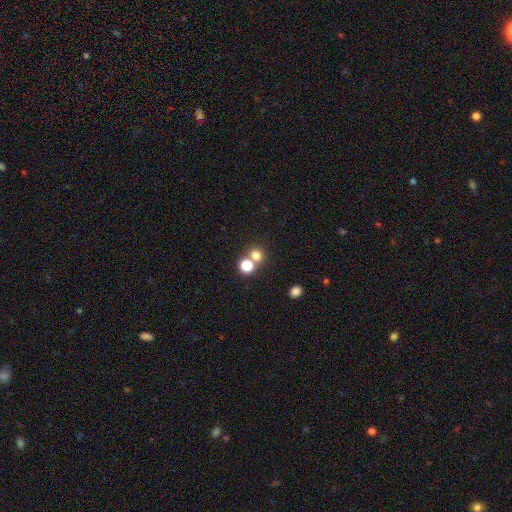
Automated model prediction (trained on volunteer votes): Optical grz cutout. It shows a smooth galaxy with no disk features (75%) that is round (83%). Merging: none (55%).